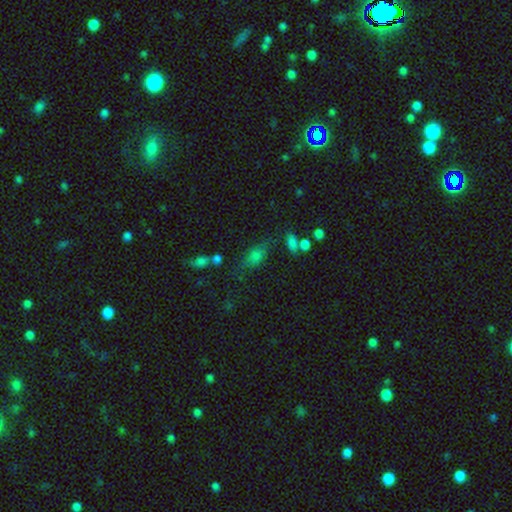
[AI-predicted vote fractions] This appears to be a smooth galaxy with no disk features (64%) that is in between round and cigar-shaped (75%). Merging: none (56%).